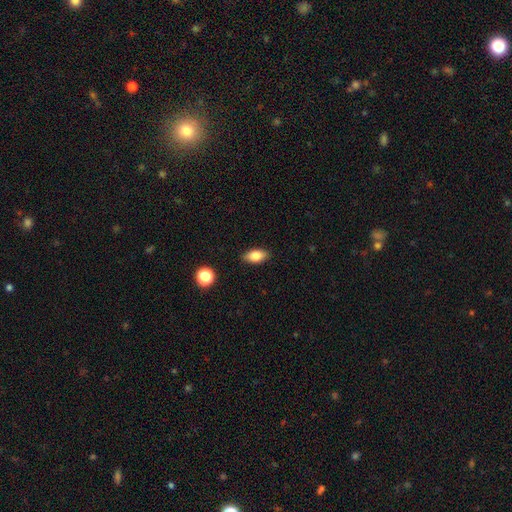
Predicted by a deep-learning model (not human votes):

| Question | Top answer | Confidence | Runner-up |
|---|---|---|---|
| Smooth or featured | smooth | 82% | featured or disk (10%) |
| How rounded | in between | 87% | round (7%) |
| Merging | none | 87% | minor disturbance (10%) |